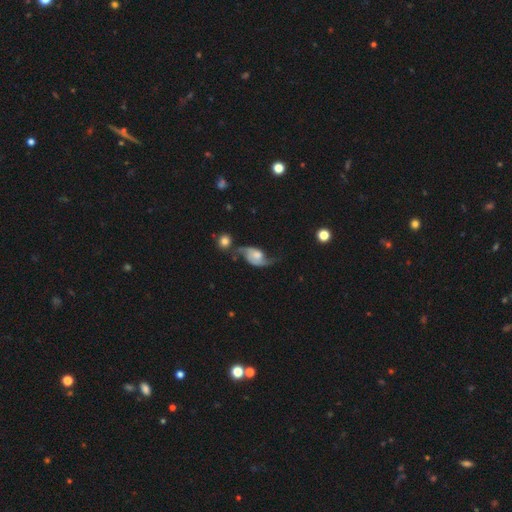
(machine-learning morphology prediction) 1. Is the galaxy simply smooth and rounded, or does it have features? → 82% featured or disk, 12% smooth, 6% star or artifact.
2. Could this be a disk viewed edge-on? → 96% no, 4% yes.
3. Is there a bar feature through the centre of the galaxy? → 65% no, 29% weak, 6% strong.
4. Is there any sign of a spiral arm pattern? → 95% yes, 5% no.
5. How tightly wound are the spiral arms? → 61% loose, 30% medium, 9% tight.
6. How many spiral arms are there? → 91% 2, 3% 1, 3% can't tell, 1% 3, 1% 4, 1% more than 4.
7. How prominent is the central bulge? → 41% moderate, 24% small, 19% large, 13% none, 3% dominant.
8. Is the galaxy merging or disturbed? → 51% none, 23% minor disturbance, 16% major disturbance, 10% merger.